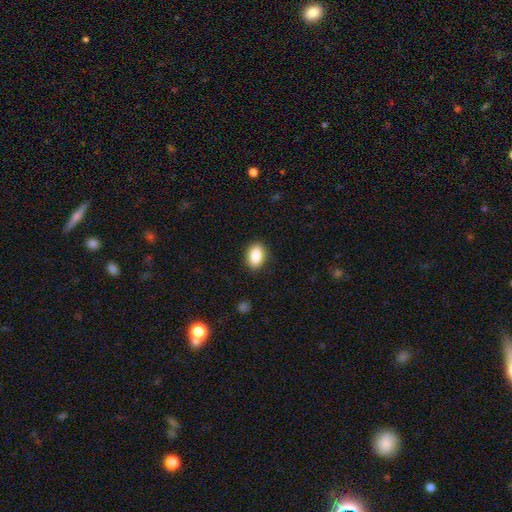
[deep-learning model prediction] This appears to be a smooth galaxy with no disk features (88%) that is in between round and cigar-shaped (85%). Merging: none (88%).